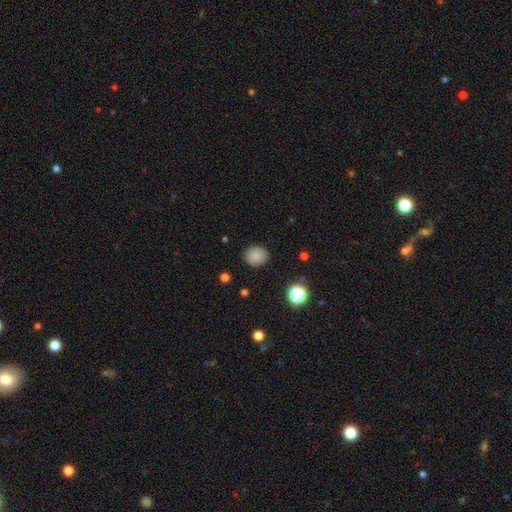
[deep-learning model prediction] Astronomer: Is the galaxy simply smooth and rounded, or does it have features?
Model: smooth — 84%.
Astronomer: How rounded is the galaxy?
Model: round — 77%.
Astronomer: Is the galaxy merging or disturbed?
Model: none — 87%.